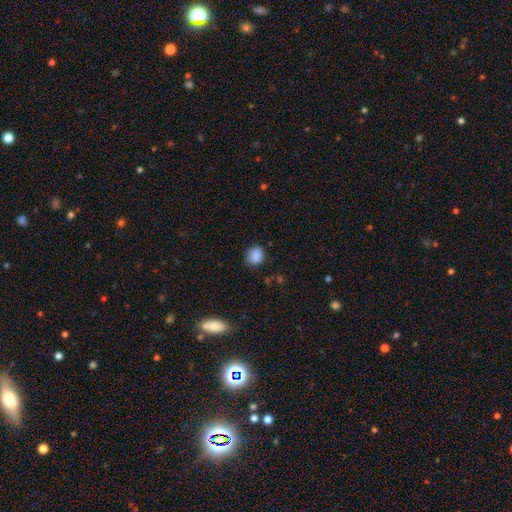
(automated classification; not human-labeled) The model was most divided on "how rounded": round: 65%, in between: 34%, cigar-shaped: 1%. More confident: smooth or featured — smooth (87%); merging — none (74%).